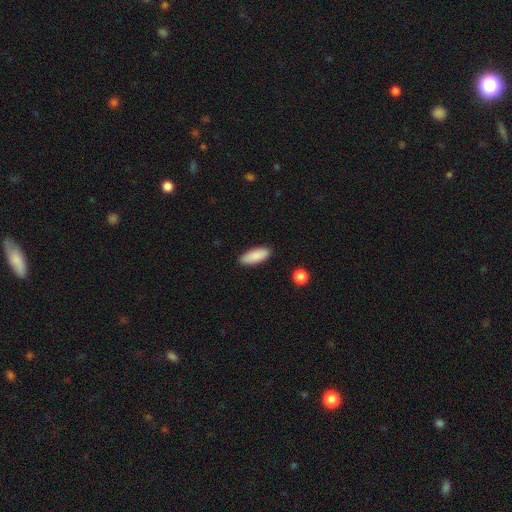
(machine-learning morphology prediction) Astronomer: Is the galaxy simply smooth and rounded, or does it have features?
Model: smooth — 89%.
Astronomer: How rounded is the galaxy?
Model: in between — 75%.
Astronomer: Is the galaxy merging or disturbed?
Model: none — 88%.